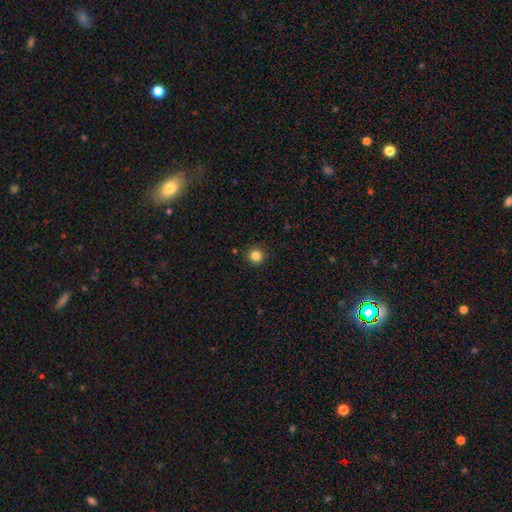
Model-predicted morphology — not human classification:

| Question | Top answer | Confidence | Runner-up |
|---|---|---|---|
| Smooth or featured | smooth | 84% | star or artifact (12%) |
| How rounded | round | 95% | in between (4%) |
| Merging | none | 91% | minor disturbance (6%) |